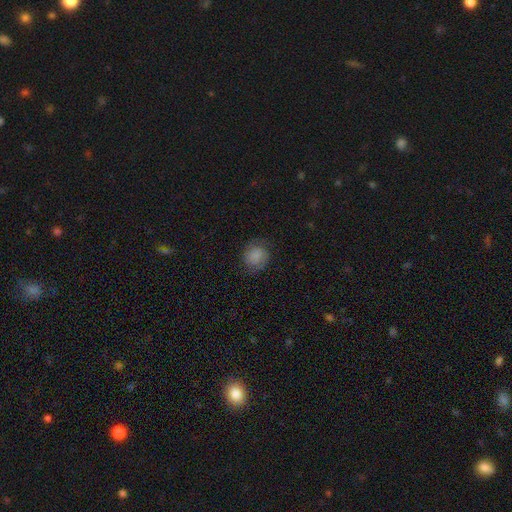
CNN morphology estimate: Smooth or featured? smooth (69%)
How rounded? round (81%)
Merging? none (78%)